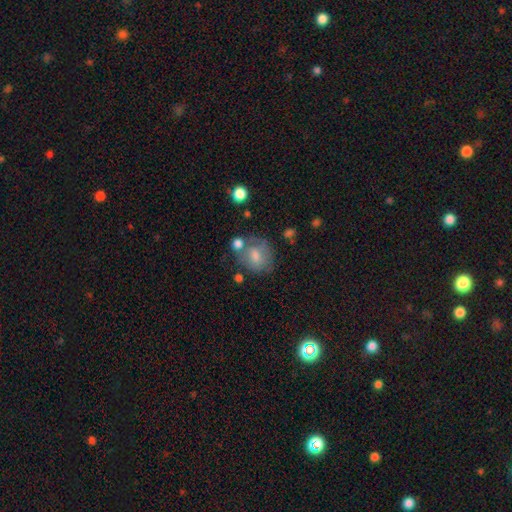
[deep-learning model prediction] Q: Smooth or featured?
A: smooth (65%); runner-up: featured or disk (26%)
Q: How rounded?
A: round (68%); runner-up: in between (31%)
Q: Merging?
A: none (49%); runner-up: minor disturbance (22%)